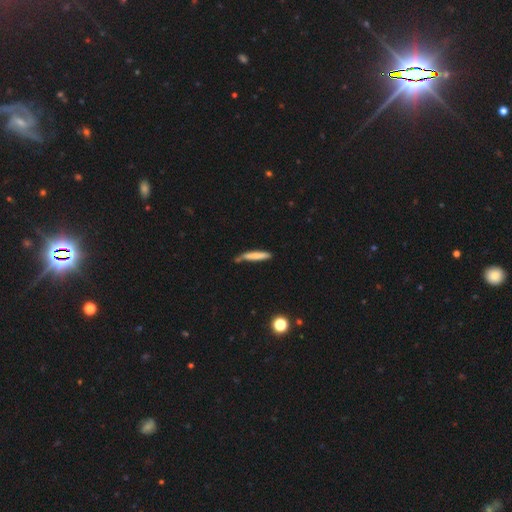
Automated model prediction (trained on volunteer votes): Smooth or featured?
  - smooth: 75% *
  - featured or disk: 18%
  - star or artifact: 7%
How rounded?
  - cigar-shaped: 93% *
  - in between: 6%
  - round: 1%
Merging?
  - none: 63% *
  - minor disturbance: 25%
  - merger: 6%
  - major disturbance: 6%